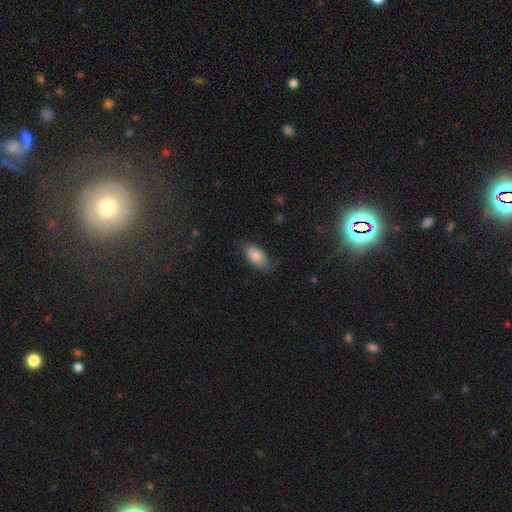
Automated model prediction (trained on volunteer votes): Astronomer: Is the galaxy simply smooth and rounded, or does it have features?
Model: smooth — 76%.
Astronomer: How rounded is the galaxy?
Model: in between — 93%.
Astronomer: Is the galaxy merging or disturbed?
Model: none — 59%.